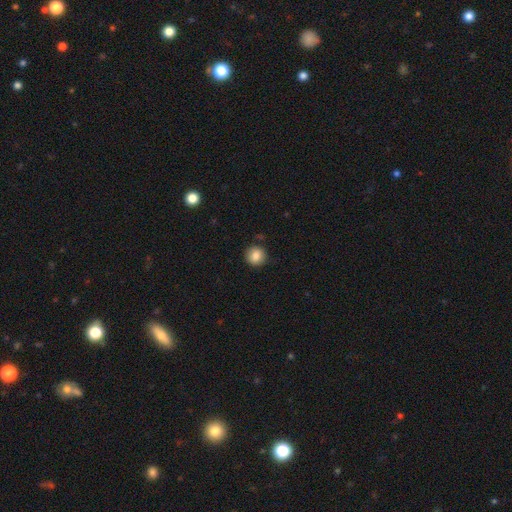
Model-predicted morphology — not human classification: Smooth or featured? Predicted: smooth (p=0.85). How rounded? Predicted: round (p=0.91). Merging? Predicted: none (p=0.86).